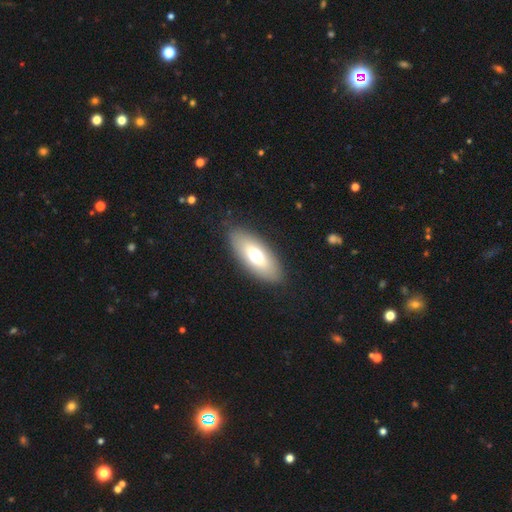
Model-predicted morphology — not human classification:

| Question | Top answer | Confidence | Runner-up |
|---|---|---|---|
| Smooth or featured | smooth | 66% | featured or disk (27%) |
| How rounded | in between | 82% | cigar-shaped (15%) |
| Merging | none | 87% | minor disturbance (9%) |